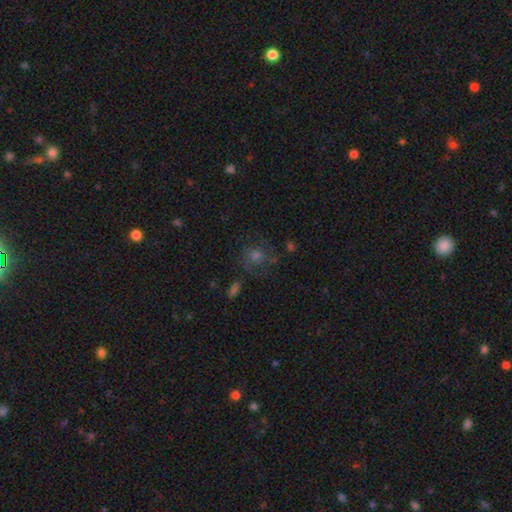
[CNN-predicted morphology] Overall: featured or disk (43%; smooth 31%). Merging: none (64%).